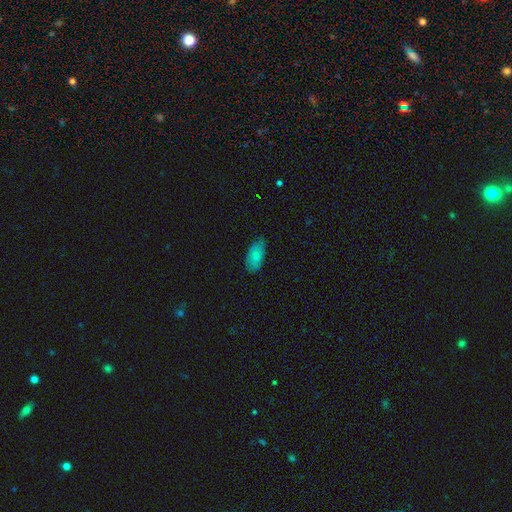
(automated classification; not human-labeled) Smooth or featured? smooth (81%)
How rounded? in between (92%)
Merging? none (72%)